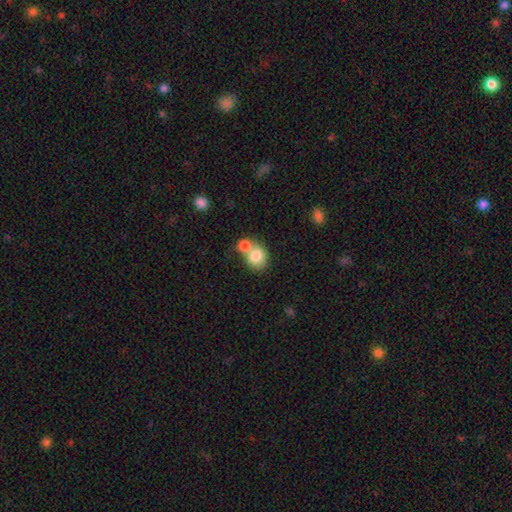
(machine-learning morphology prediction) smooth_or_featured: smooth (p=0.79) [alt: featured or disk p=0.12]
how_rounded: round (p=0.71) [alt: in between p=0.28]
merging: merger (p=0.56) [alt: none p=0.33]